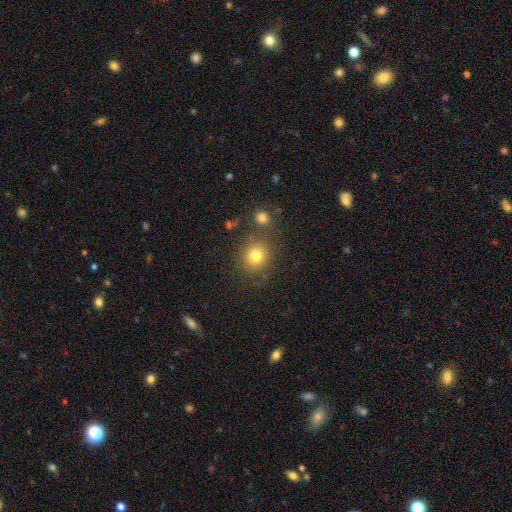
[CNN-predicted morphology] Overall: smooth (78%). How rounded: round (85%). Merging: none (77%).